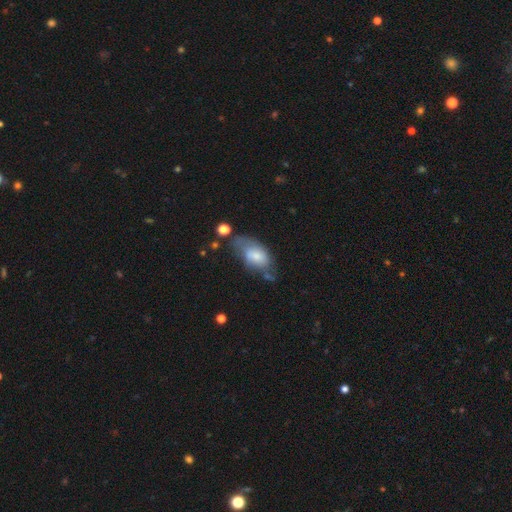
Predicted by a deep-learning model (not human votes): A smooth galaxy with no disk features (64%) that is in between round and cigar-shaped (91%).

Vote fractions:
- Smooth or featured? smooth: 64% / featured or disk: 29% / star or artifact: 7%
- How rounded? in between: 91% / round: 6% / cigar-shaped: 3%
- Merging? none: 34% / minor disturbance: 33% / major disturbance: 24% / merger: 9%